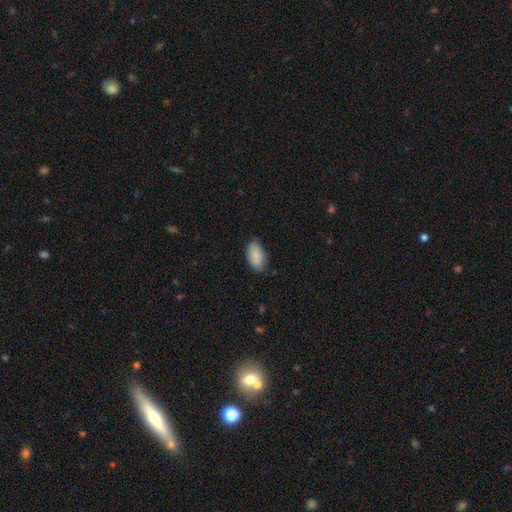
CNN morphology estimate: Smooth or featured? smooth (85%)
How rounded? in between (94%)
Merging? none (73%)